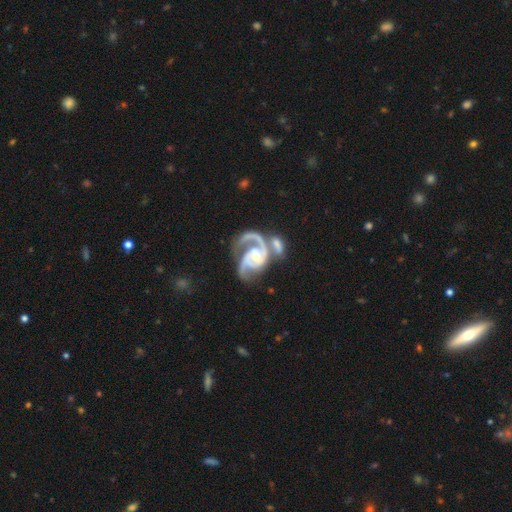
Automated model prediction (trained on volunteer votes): This appears to be a featured or disk galaxy (93%) with no bar (43%), 2 (74%) medium (55%) spiral arms (98%) and a small central bulge (49%). Merging: merger (36%).